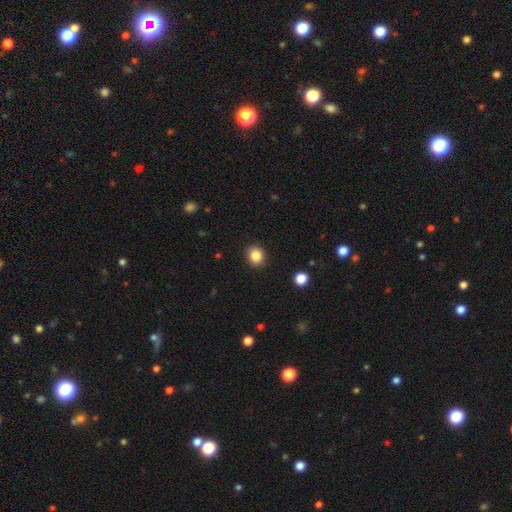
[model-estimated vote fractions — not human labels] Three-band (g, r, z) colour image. It shows a smooth galaxy with no disk features (86%) that is round (71%). Merging: none (90%).